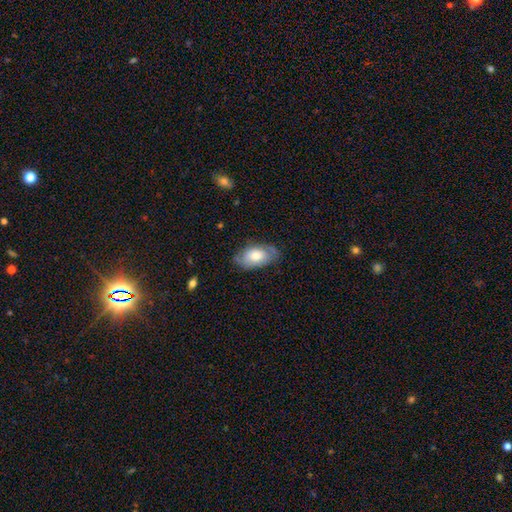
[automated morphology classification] Smooth or featured?
  - smooth: 63% *
  - featured or disk: 30%
  - star or artifact: 6%
How rounded?
  - in between: 93% *
  - round: 5%
  - cigar-shaped: 2%
Merging?
  - none: 69% *
  - minor disturbance: 24%
  - major disturbance: 6%
  - merger: 1%